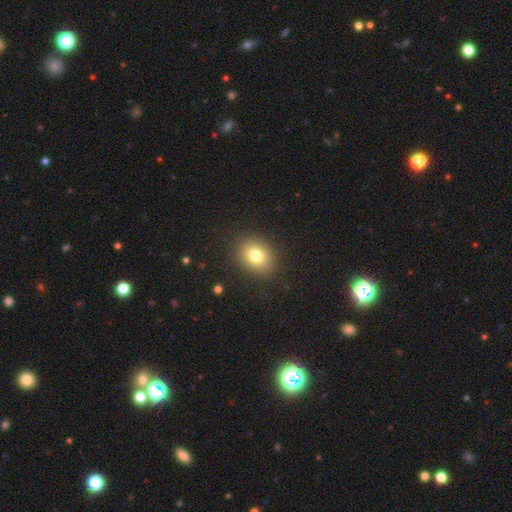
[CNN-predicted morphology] Q: Smooth or featured?
A: smooth (79%); runner-up: star or artifact (11%)
Q: How rounded?
A: round (50%); runner-up: in between (49%)
Q: Merging?
A: none (88%); runner-up: minor disturbance (8%)